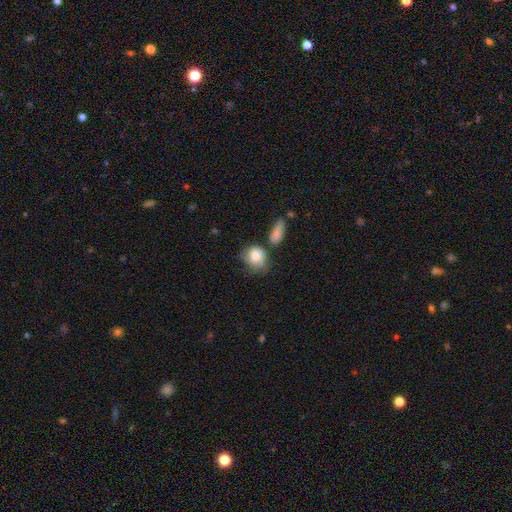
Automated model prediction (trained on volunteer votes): smooth-or-featured: smooth: 76% | featured or disk: 17% | star or artifact: 7%
  how-rounded: round: 59% | in between: 39% | cigar-shaped: 1%
  merging: none: 36% | minor disturbance: 31% | major disturbance: 18% | merger: 15%